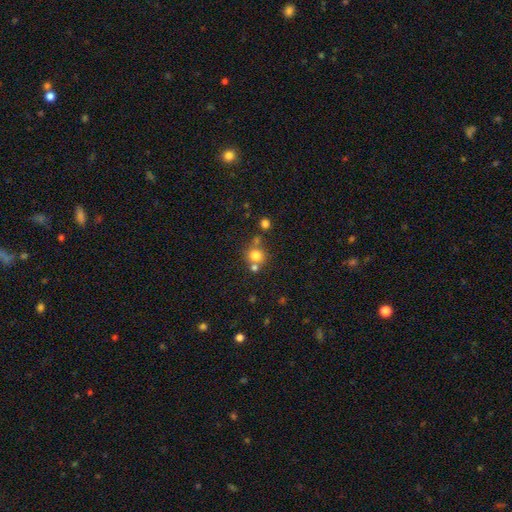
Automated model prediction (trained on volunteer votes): smooth_or_featured: smooth (p=0.77) [alt: star or artifact p=0.14]
how_rounded: round (p=0.86) [alt: in between p=0.13]
merging: none (p=0.61) [alt: merger p=0.26]